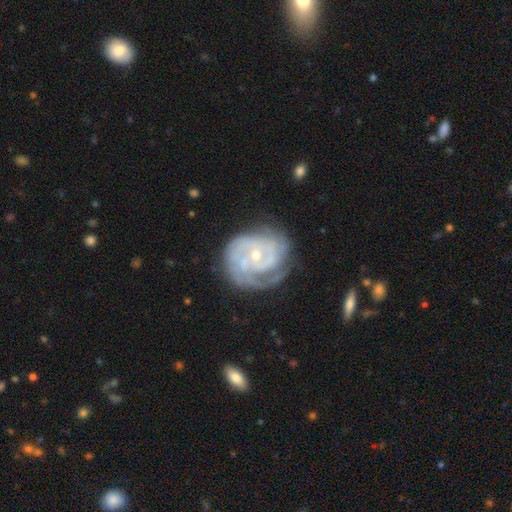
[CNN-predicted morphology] smooth-or-featured: featured or disk: 86% | smooth: 9% | star or artifact: 5%
  disk-edge-on: no: 98% | yes: 2%
    bar: no: 70% | weak: 25% | strong: 5%
    has-spiral-arms: yes: 94% | no: 6%
      spiral-winding: tight: 67% | medium: 26% | loose: 7%
      spiral-arm-count: 2: 31% | can't tell: 29% | 3: 21% | 1: 8% | 4: 6% | more than 4: 5%
    bulge-size: small: 69% | moderate: 28% | none: 1% | large: 1% | dominant: 1%
  merging: none: 59% | minor disturbance: 23% | major disturbance: 14% | merger: 3%